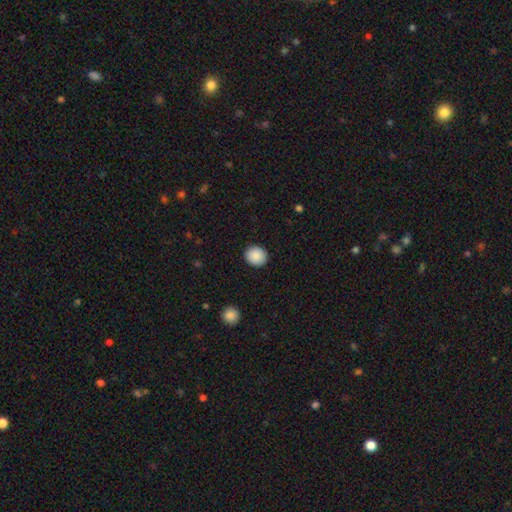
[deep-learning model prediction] Smooth or featured? Predicted: smooth (p=0.90). How rounded? Predicted: round (p=0.84). Merging? Predicted: none (p=0.92).